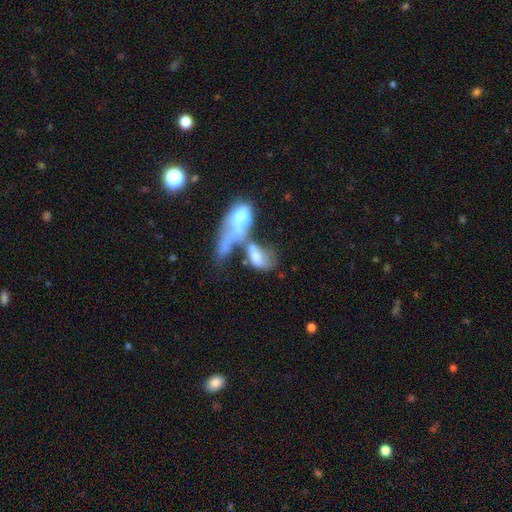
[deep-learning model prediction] Smooth or featured?
  - smooth: 50% *
  - featured or disk: 40%
  - star or artifact: 11%
Merging?
  - merger: 67% *
  - major disturbance: 19%
  - none: 8%
  - minor disturbance: 6%